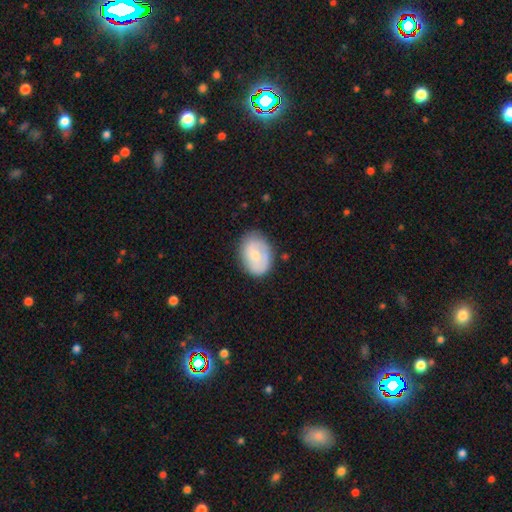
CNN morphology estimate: This is possibly a smooth galaxy (58%). How rounded: likely in between (69%). Merging: likely none (73%).